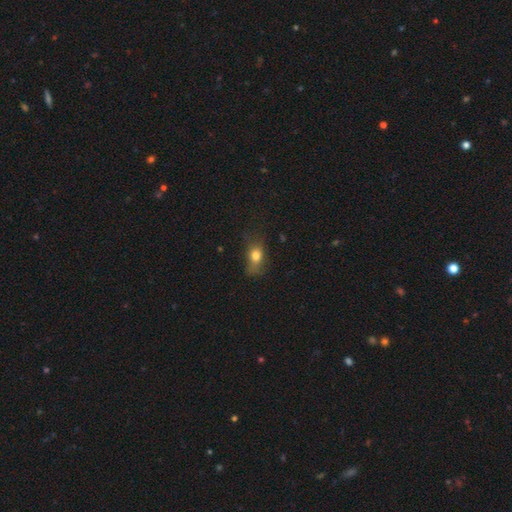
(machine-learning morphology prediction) Overall: smooth (75%). How rounded: in between (67%; round 28%). Merging: none (50%; minor disturbance 30%).